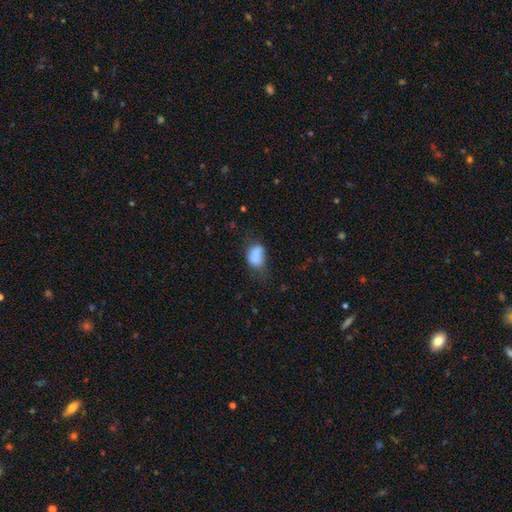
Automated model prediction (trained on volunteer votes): smooth_or_featured: smooth (p=0.78) [alt: featured or disk p=0.12]
how_rounded: in between (p=0.78) [alt: round p=0.21]
merging: minor disturbance (p=0.36) [alt: none p=0.35]